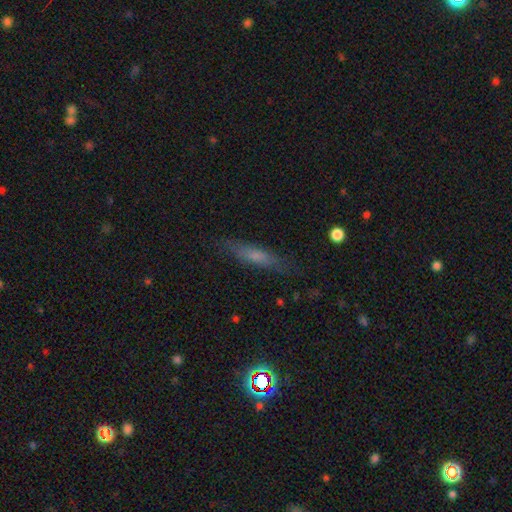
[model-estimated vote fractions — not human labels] The model was most divided on "smooth or featured": smooth: 59%, featured or disk: 32%, star or artifact: 8%. More confident: how rounded — cigar-shaped (80%); merging — none (80%).